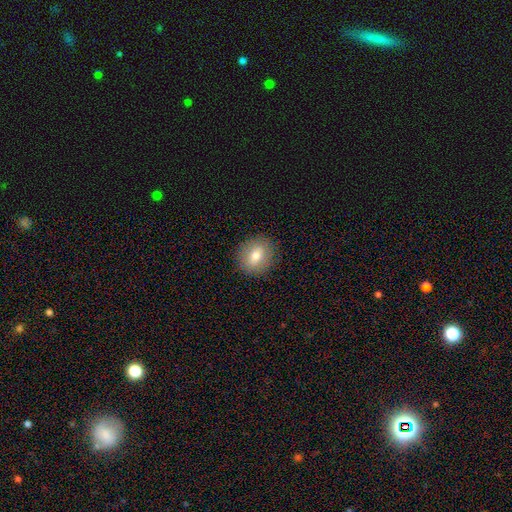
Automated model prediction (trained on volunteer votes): Smooth or featured? smooth (73%)
How rounded? round (66%)
Merging? none (89%)